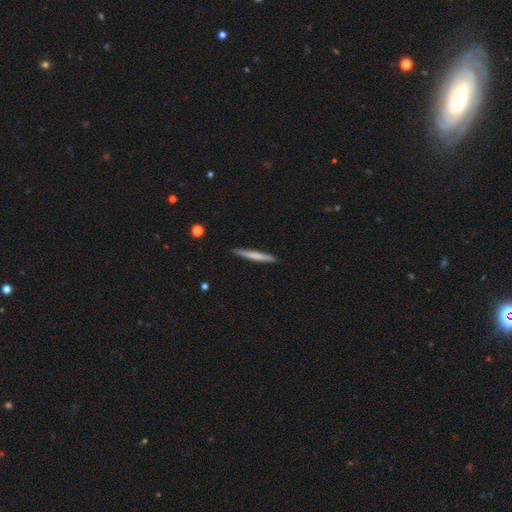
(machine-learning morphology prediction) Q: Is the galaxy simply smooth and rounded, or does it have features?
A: smooth — 66%.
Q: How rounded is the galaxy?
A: cigar-shaped — 96%.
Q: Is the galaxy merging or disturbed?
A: none — 90%.